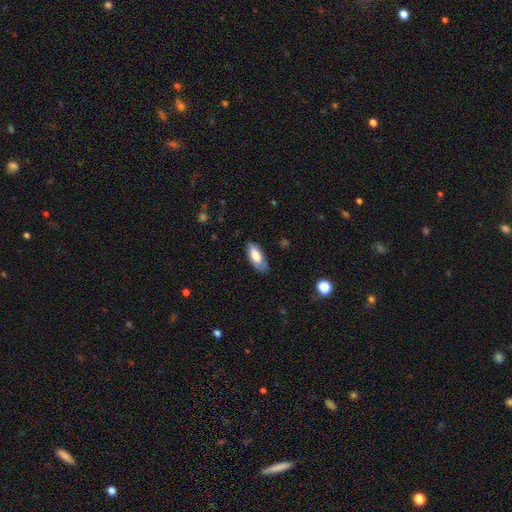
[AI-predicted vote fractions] smooth 73%, featured or disk 21%, star or artifact 6%. Down the decision tree: how rounded — in between (83%); merging — none (69%).